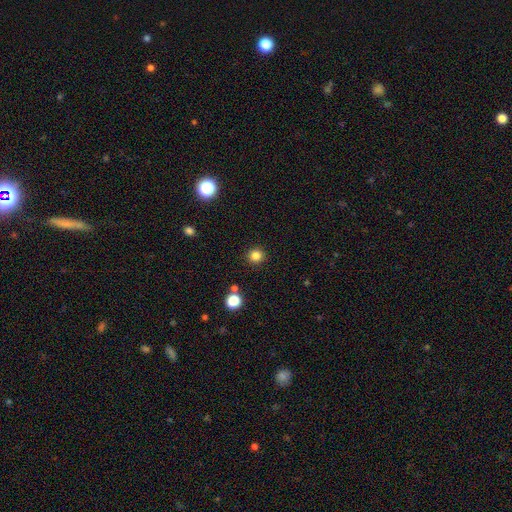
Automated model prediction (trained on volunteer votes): The model was most divided on "smooth or featured": smooth: 83%, star or artifact: 13%, featured or disk: 4%. More confident: how rounded — round (93%); merging — none (91%).